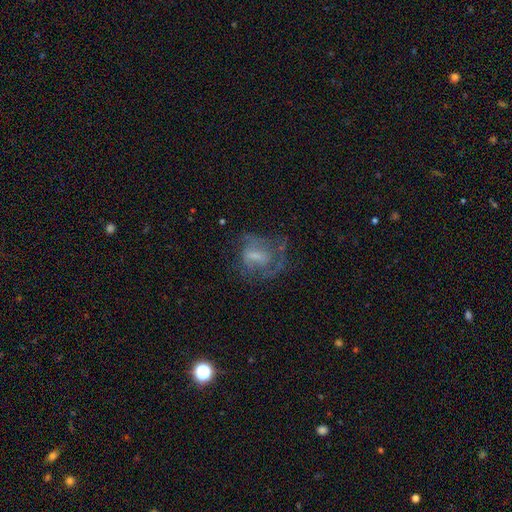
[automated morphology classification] This appears to be a featured or disk galaxy (61%) with a weak bar (46%), spiral arms (62%) and a small central bulge (39%). Merging: none (43%).